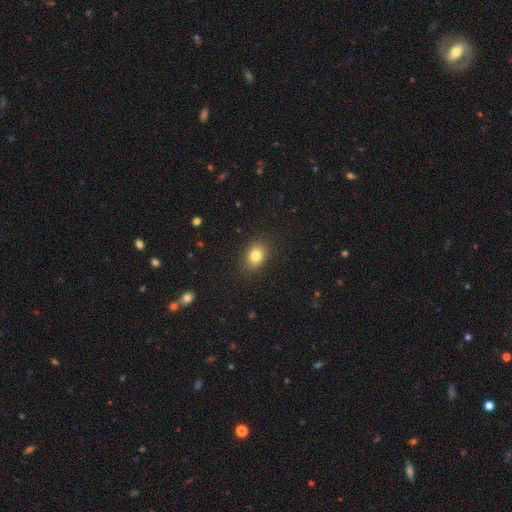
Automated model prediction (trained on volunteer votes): Smooth or featured: smooth — 82% (star or artifact — 10%)
How rounded: in between — 62% (round — 36%)
Merging: none — 89% (minor disturbance — 8%)